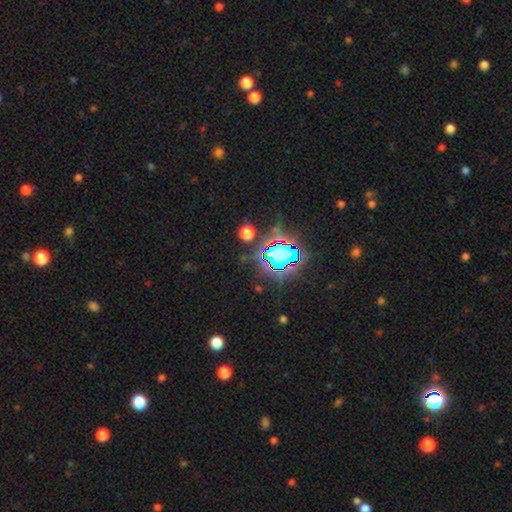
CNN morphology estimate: This appears to be a star or artifact, not a galaxy (74%).